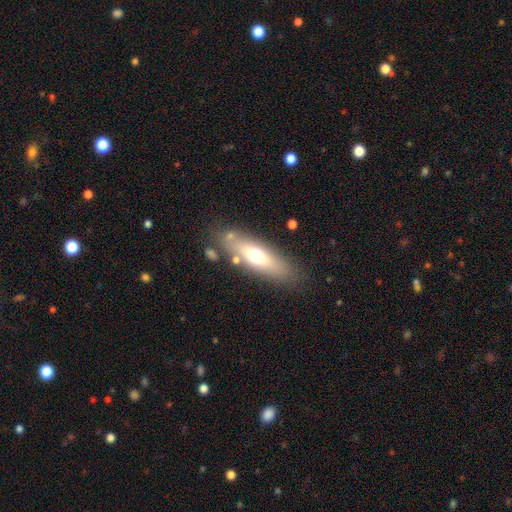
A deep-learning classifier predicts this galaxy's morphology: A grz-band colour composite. It shows a smooth galaxy with no disk features (58%) that is in between round and cigar-shaped (50%). Merging: none (79%).